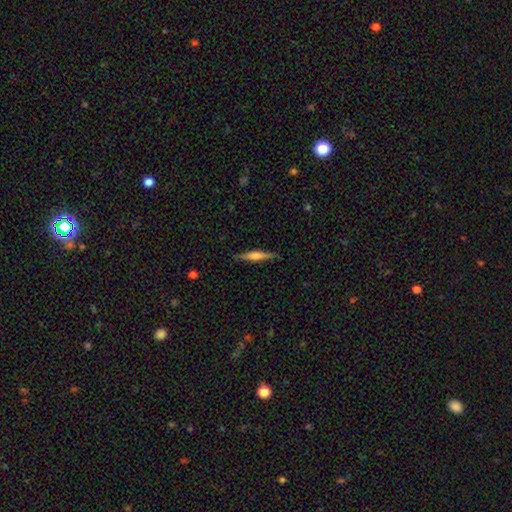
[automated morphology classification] smooth-or-featured: featured or disk: 61% | smooth: 33% | star or artifact: 6%
  disk-edge-on: yes: 97% | no: 3%
    edge-on-bulge: rounded: 69% | boxy: 20% | none: 10%
  merging: none: 89% | minor disturbance: 9% | major disturbance: 2% | merger: 1%